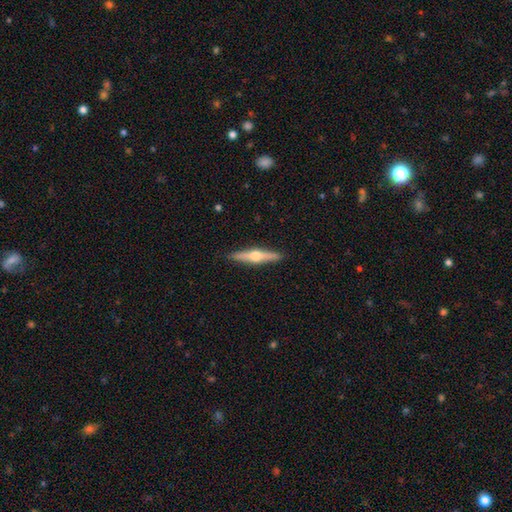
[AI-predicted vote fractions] This appears to be a featured or disk galaxy (72%) viewed edge-on (97%) with a rounded central bulge (94%). Merging: none (91%).